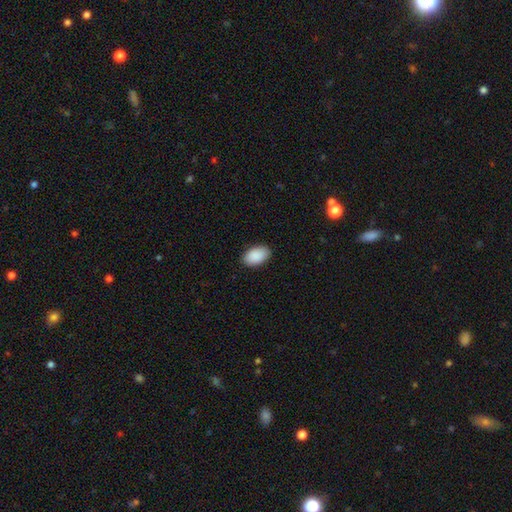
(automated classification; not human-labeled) A smooth galaxy with no disk features (91%) that is in between round and cigar-shaped (94%). Merging: none (88%).